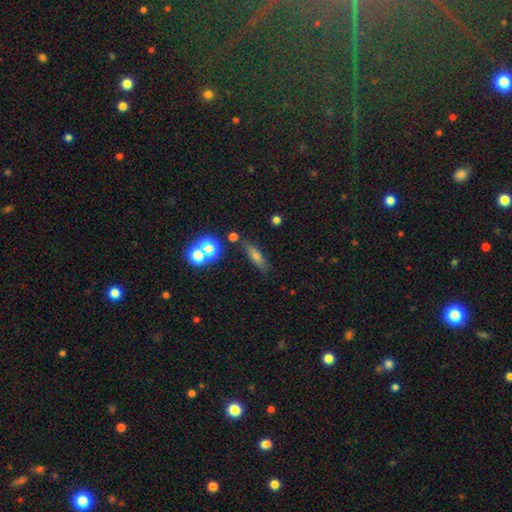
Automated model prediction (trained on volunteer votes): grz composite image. It shows a smooth galaxy with no disk features (61%) that is cigar-shaped (57%). Merging: none (78%).